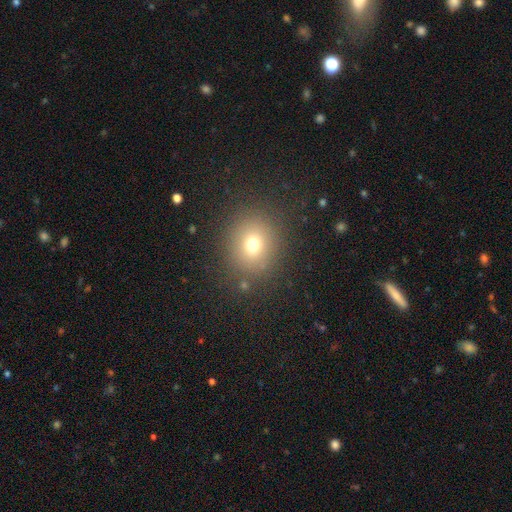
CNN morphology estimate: Smooth or featured: smooth — 63% (star or artifact — 28%)
How rounded: round — 80% (in between — 18%)
Merging: none — 90% (minor disturbance — 6%)